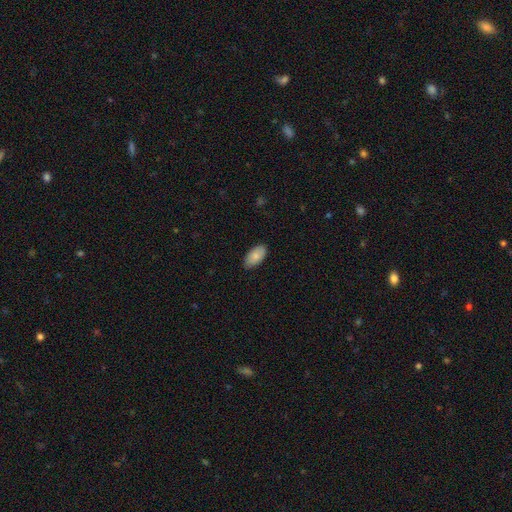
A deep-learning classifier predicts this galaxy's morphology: Overall: smooth (85%). How rounded: in between (95%). Merging: none (85%).